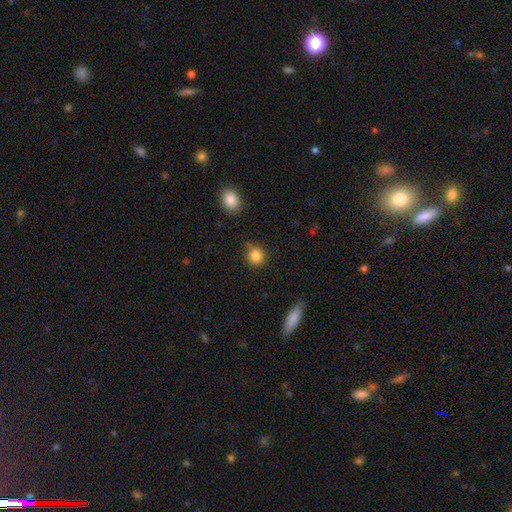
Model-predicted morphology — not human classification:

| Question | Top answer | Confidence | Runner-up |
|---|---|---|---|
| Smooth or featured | smooth | 86% | star or artifact (10%) |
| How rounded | round | 86% | in between (13%) |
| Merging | none | 77% | minor disturbance (17%) |